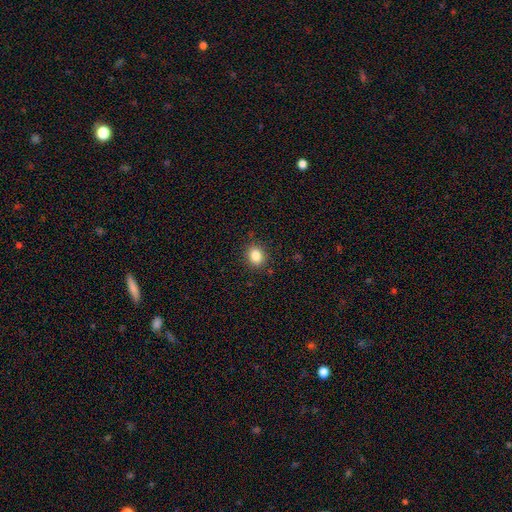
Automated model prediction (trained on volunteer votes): Smooth or featured: smooth — 84% (star or artifact — 10%)
How rounded: round — 60% (in between — 39%)
Merging: none — 89% (minor disturbance — 8%)